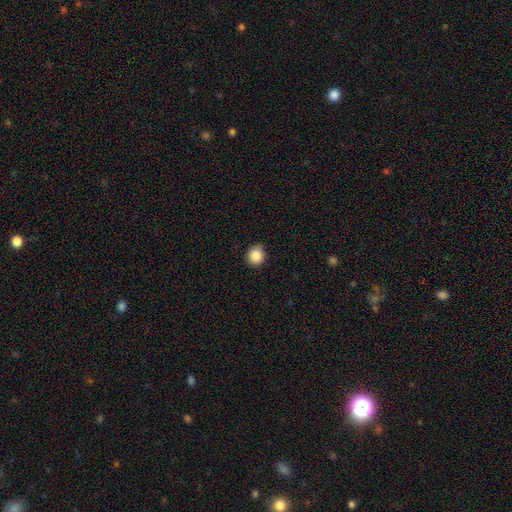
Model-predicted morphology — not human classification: type=smooth (87%); roundness=round (83%); merging=none (88%).